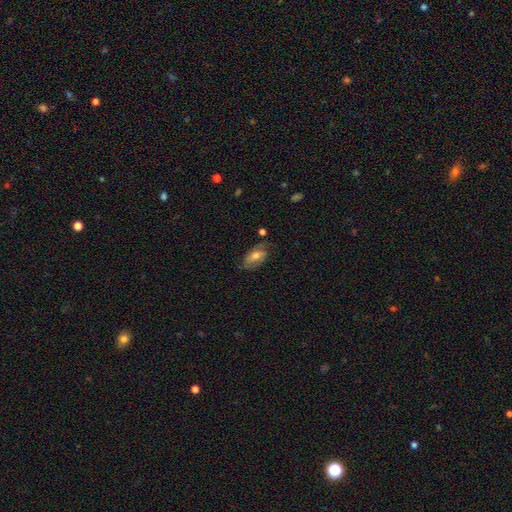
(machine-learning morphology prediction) This is possibly a smooth galaxy (54%). How rounded: clearly in between (90%). Merging: likely none (62%).